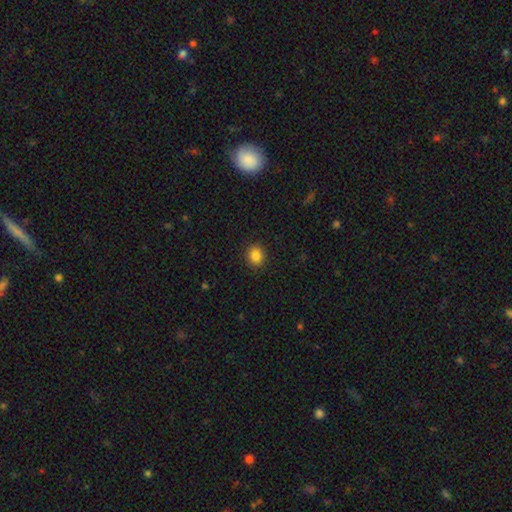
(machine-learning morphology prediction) A smooth galaxy with no disk features (86%) that is round (69%). Merging: none (89%).